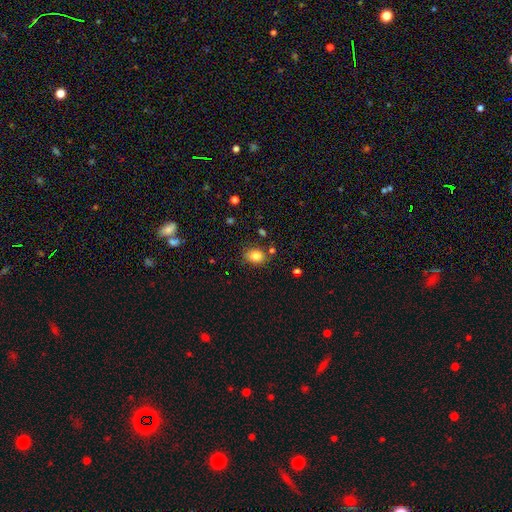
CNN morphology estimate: Q: Smooth or featured?
A: smooth (82%); runner-up: star or artifact (11%)
Q: How rounded?
A: in between (57%); runner-up: round (42%)
Q: Merging?
A: none (78%); runner-up: minor disturbance (14%)